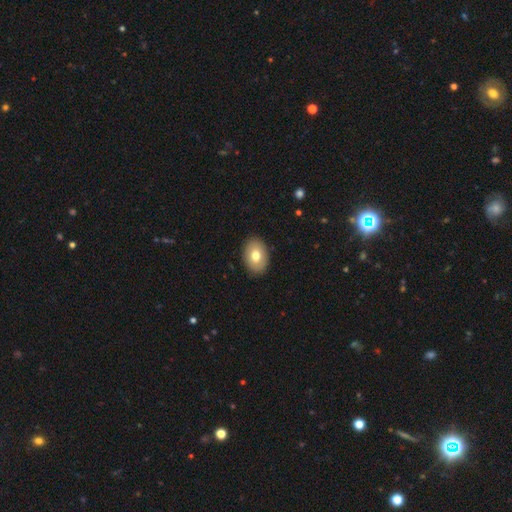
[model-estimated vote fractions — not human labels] smooth_or_featured: smooth (p=0.75) [alt: featured or disk p=0.17]
how_rounded: in between (p=0.80) [alt: round p=0.19]
merging: none (p=0.89) [alt: minor disturbance p=0.08]